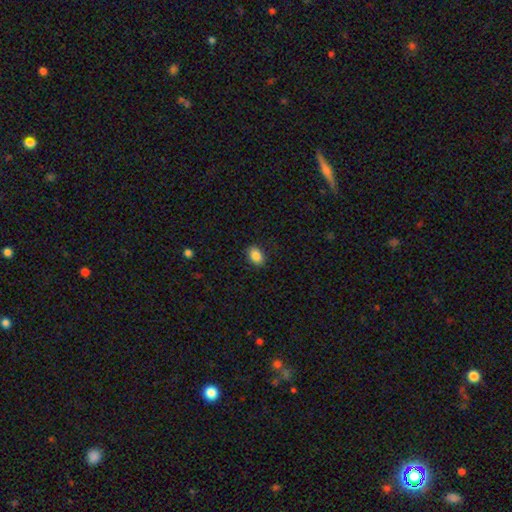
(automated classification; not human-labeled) The model was most divided on "how rounded": in between: 81%, round: 18%, cigar-shaped: 1%. More confident: merging — none (87%); smooth or featured — smooth (87%).